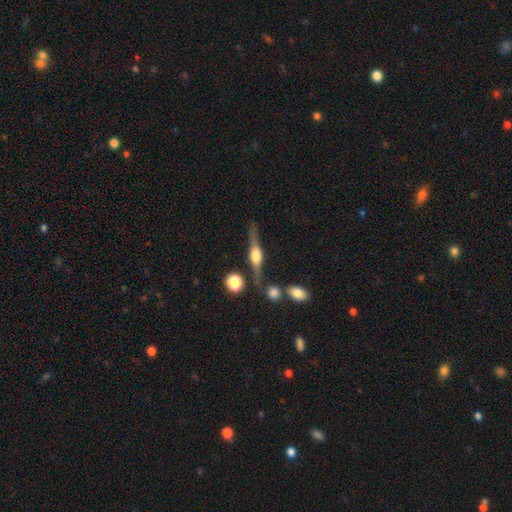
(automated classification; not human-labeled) Smooth or featured: featured or disk — 80% (smooth — 14%)
Edge-on disk: yes — 97% (no — 3%)
Edge-on bulge: rounded — 90% (boxy — 8%)
Merging: none — 80% (minor disturbance — 11%)